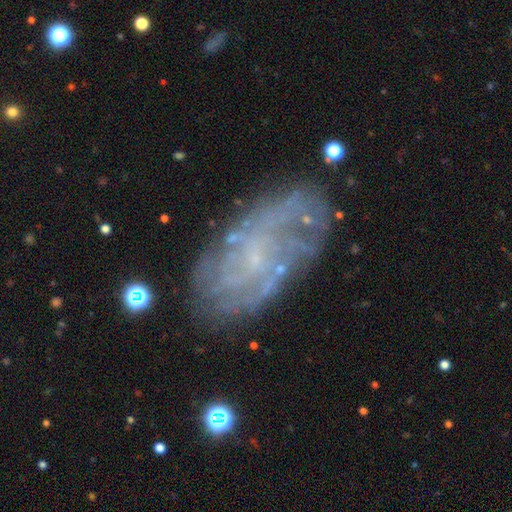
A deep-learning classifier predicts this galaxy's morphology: This is likely a featured or disk galaxy (74%). It is clearly not viewed edge-on (95%). Bar: likely no (68%). Spiral arm pattern: likely yes (77%). Spiral arm count: possibly can't tell (53%). Spiral winding: possibly tight (51%). Central bulge: possibly small (57%). Merging: likely none (72%).